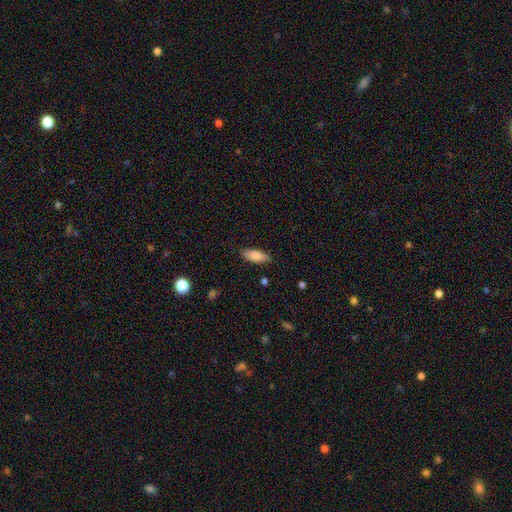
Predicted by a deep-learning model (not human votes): smooth 83%, featured or disk 10%, star or artifact 6%. Down the decision tree: how rounded — in between (71%); merging — none (86%).